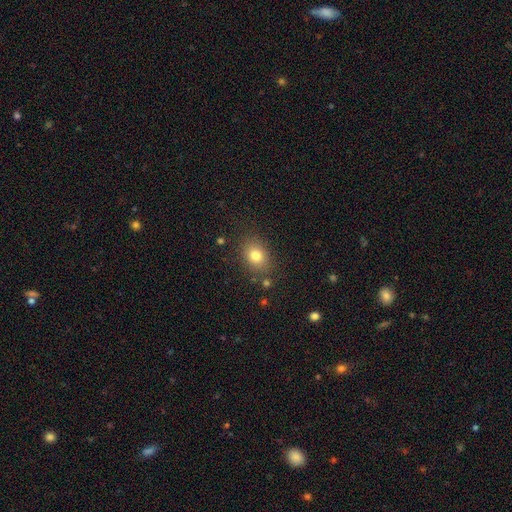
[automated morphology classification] A smooth galaxy with no disk features (79%) that is in between round and cigar-shaped (56%).

Vote fractions:
- Smooth or featured? smooth: 79% / star or artifact: 12% / featured or disk: 9%
- How rounded? in between: 56% / round: 43% / cigar-shaped: 1%
- Merging? none: 82% / minor disturbance: 11% / major disturbance: 4% / merger: 3%